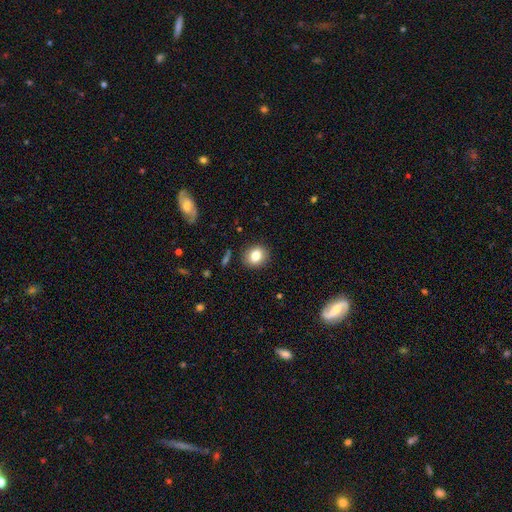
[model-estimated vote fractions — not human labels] Smooth or featured? smooth (81%)
How rounded? round (78%)
Merging? none (89%)